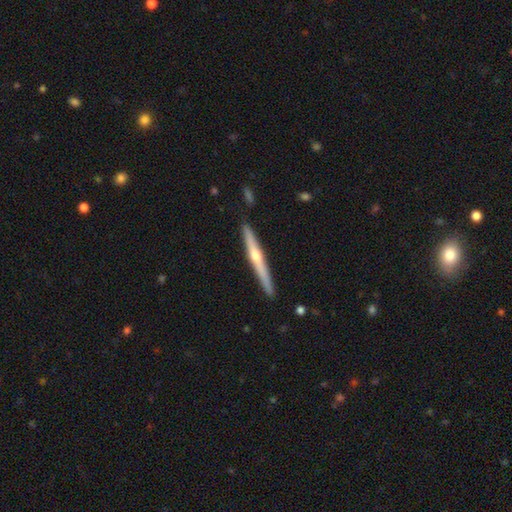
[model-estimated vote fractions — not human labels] The model was most divided on "smooth or featured": featured or disk: 73%, smooth: 22%, star or artifact: 5%. More confident: edge-on disk — yes (98%); merging — none (90%); edge-on bulge — rounded (84%).